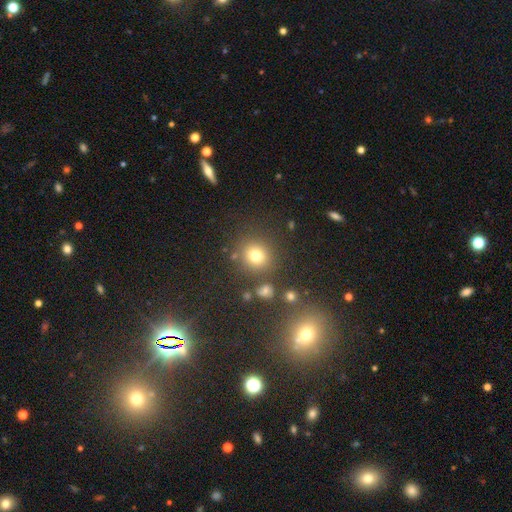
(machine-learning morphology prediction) Overall: smooth (74%). How rounded: round (86%). Merging: none (80%).